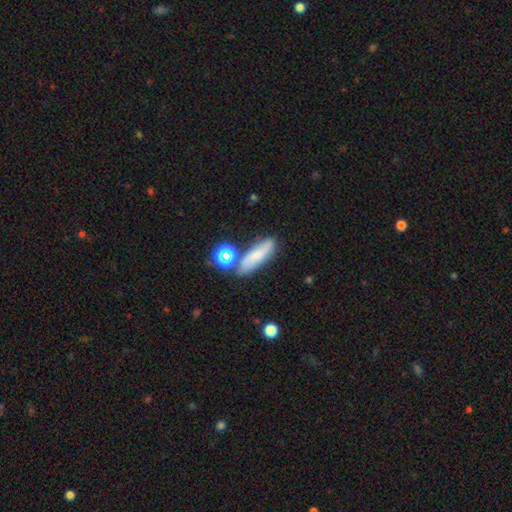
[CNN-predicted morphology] smooth_or_featured: smooth (p=0.63) [alt: featured or disk p=0.26]
how_rounded: in between (p=0.47) [alt: cigar-shaped p=0.46]
merging: none (p=0.65) [alt: minor disturbance p=0.17]